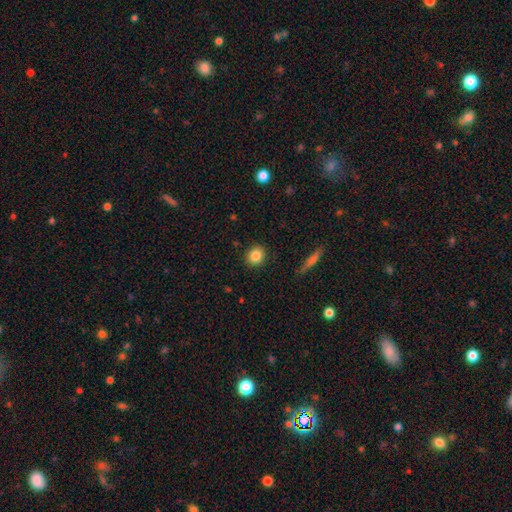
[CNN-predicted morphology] The model was most divided on "how rounded": round: 78%, in between: 20%, cigar-shaped: 1%. More confident: merging — none (90%); smooth or featured — smooth (85%).